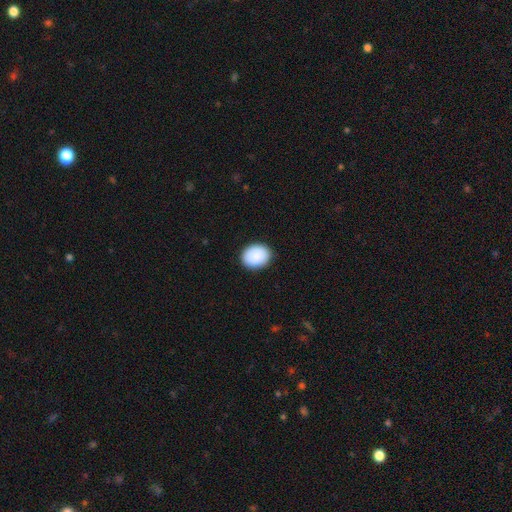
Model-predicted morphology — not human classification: smooth_or_featured: smooth (p=0.90) [alt: star or artifact p=0.07]
how_rounded: in between (p=0.51) [alt: round p=0.48]
merging: none (p=0.89) [alt: minor disturbance p=0.08]